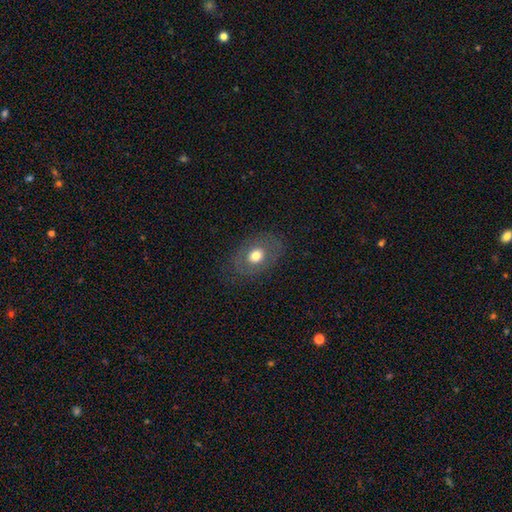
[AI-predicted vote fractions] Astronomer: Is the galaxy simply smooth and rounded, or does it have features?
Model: smooth — 66%.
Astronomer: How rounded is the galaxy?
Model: in between — 68%.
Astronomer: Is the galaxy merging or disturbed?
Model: none — 79%.